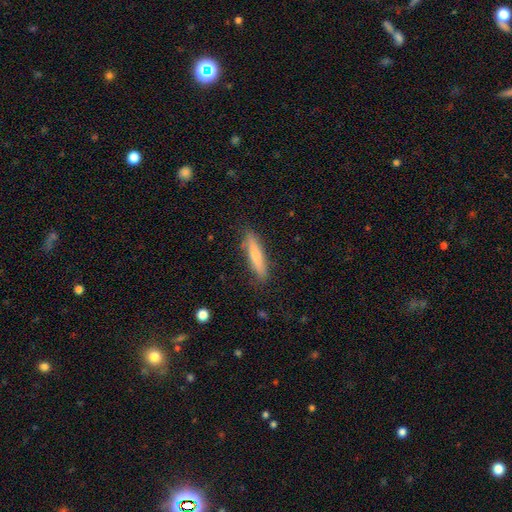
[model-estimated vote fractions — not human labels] Smooth or featured? Predicted: smooth (p=0.68). How rounded? Predicted: cigar-shaped (p=0.86). Merging? Predicted: none (p=0.84).